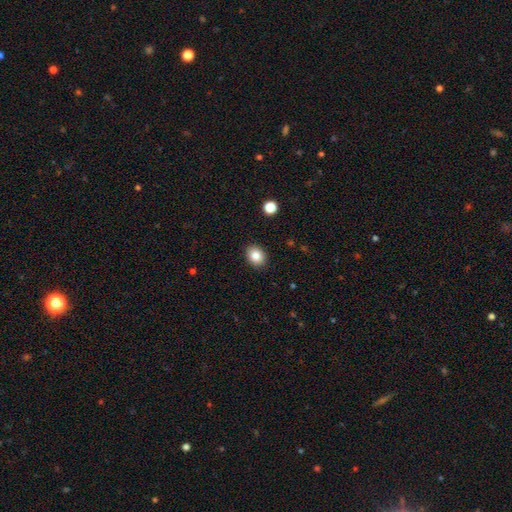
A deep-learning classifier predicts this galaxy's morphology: A smooth galaxy with no disk features (85%) that is in between round and cigar-shaped (54%).

Vote fractions:
- Smooth or featured? smooth: 85% / star or artifact: 9% / featured or disk: 6%
- How rounded? in between: 54% / round: 45% / cigar-shaped: 1%
- Merging? none: 90% / minor disturbance: 7% / major disturbance: 2% / merger: 1%